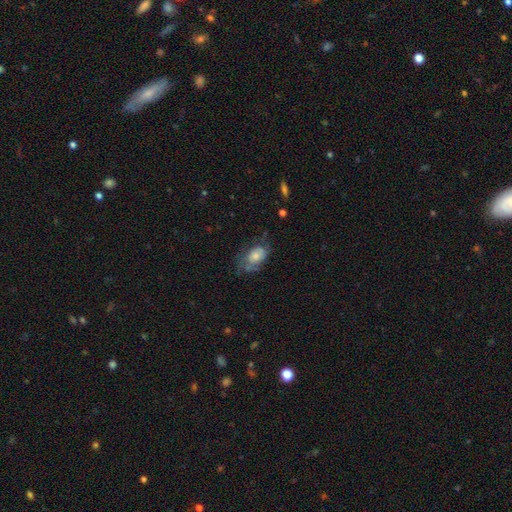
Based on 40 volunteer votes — A smooth galaxy with no disk features (48%) that is in between round and cigar-shaped (100%).

Vote fractions:
- Smooth or featured? smooth: 48% / featured or disk: 45% / star or artifact: 8%
- How rounded? in between: 100% / round: 0% / cigar-shaped: 0%
- Merging? none: 38% / minor disturbance: 32% / major disturbance: 30% / merger: 0%